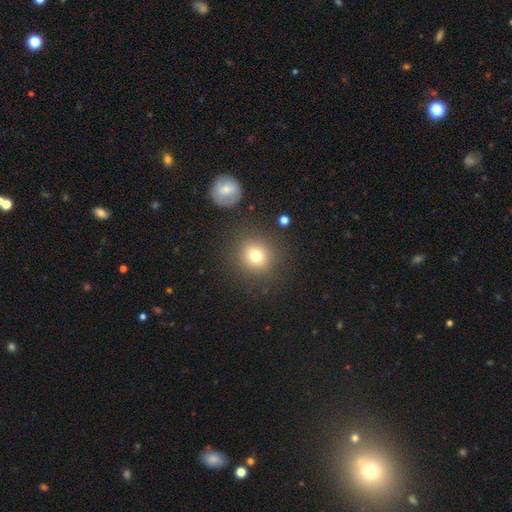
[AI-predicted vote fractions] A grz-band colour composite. It shows a smooth galaxy with no disk features (77%) that is round (89%). Merging: none (85%).